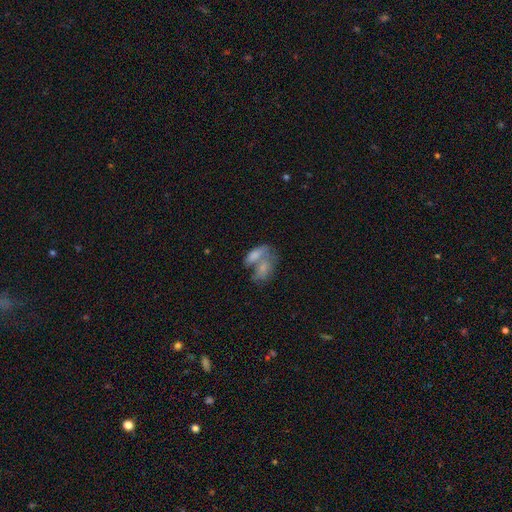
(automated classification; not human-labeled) Smooth or featured? smooth (71%)
How rounded? in between (86%)
Merging? merger (66%)